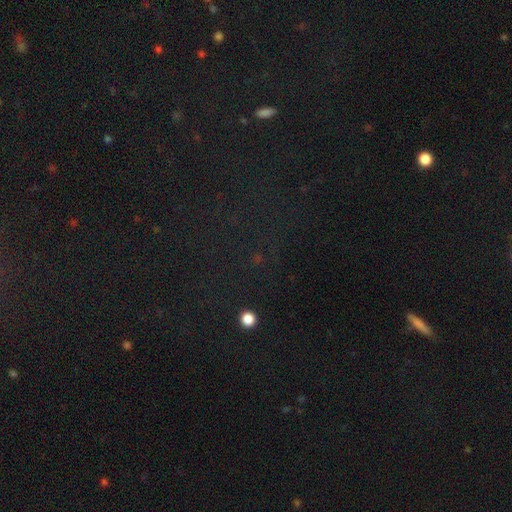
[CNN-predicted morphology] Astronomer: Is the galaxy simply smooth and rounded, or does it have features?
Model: star or artifact — 74%.